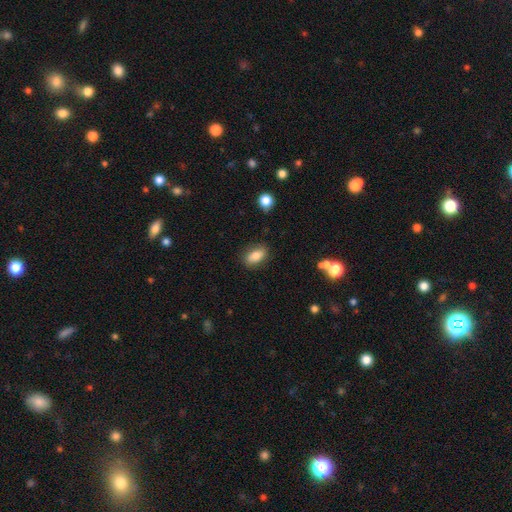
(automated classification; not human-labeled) This is likely a smooth galaxy (80%). How rounded: clearly in between (85%). Merging: clearly none (82%).